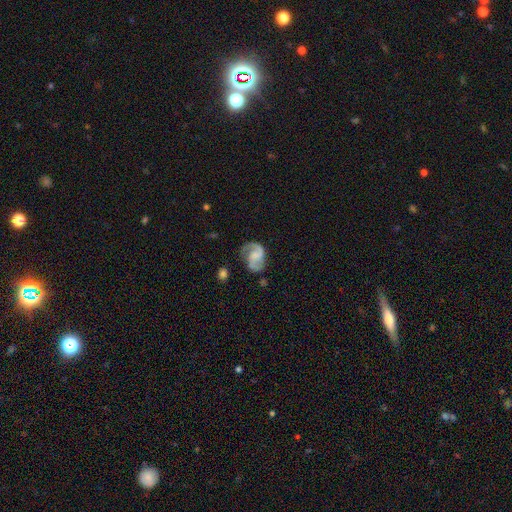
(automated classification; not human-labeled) Q: Smooth or featured?
A: featured or disk (83%); runner-up: smooth (11%)
Q: Edge-on disk?
A: no (98%); runner-up: yes (2%)
Q: Bar?
A: no (49%); runner-up: weak (40%)
Q: Spiral arms?
A: yes (96%); runner-up: no (4%)
Q: Spiral winding?
A: medium (53%); runner-up: loose (24%)
Q: Spiral arm count?
A: 2 (87%); runner-up: 1 (6%)
Q: Bulge size?
A: none (42%); runner-up: small (27%)
Q: Merging?
A: none (67%); runner-up: minor disturbance (20%)